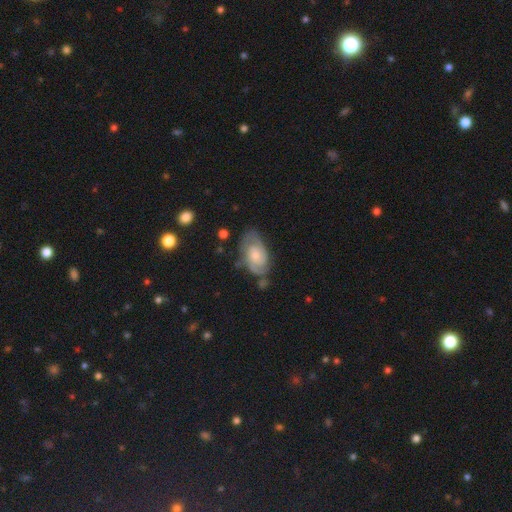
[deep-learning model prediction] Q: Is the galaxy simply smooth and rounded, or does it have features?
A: featured or disk — 77%.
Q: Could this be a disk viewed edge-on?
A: no — 96%.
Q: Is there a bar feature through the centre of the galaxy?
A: no — 69%.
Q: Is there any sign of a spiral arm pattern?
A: yes — 93%.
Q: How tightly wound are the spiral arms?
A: tight — 57%.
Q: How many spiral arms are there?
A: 2 — 66%.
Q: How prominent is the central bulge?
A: moderate — 44%.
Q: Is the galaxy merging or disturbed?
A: none — 62%.